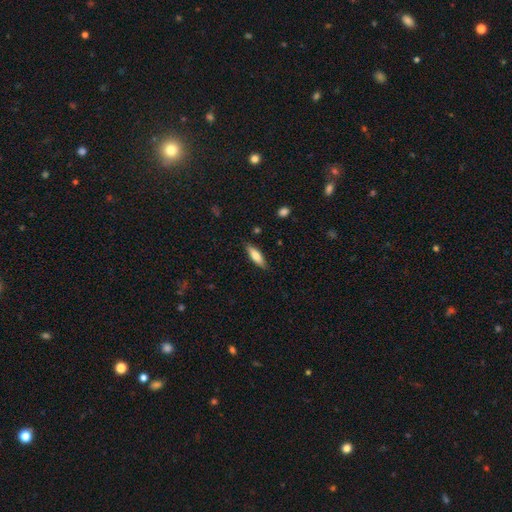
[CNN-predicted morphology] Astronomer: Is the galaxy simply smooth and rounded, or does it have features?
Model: smooth — 73%.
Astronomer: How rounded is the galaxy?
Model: cigar-shaped — 56% (runner-up: in between, 42%).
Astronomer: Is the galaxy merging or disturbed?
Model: none — 85%.